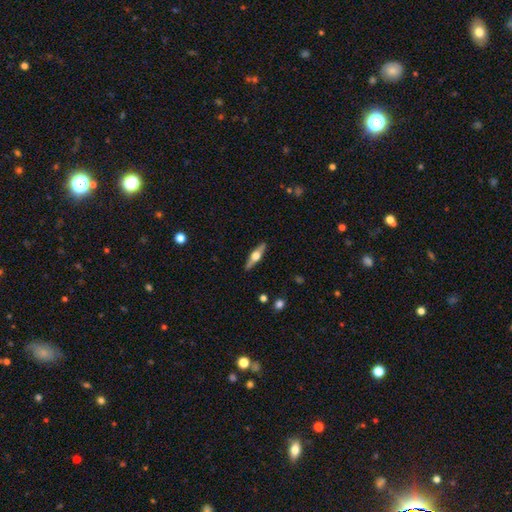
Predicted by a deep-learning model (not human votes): The model was most divided on "smooth or featured": featured or disk: 63%, smooth: 31%, star or artifact: 5%. More confident: edge-on disk — yes (95%); edge-on bulge — rounded (95%); merging — none (89%).